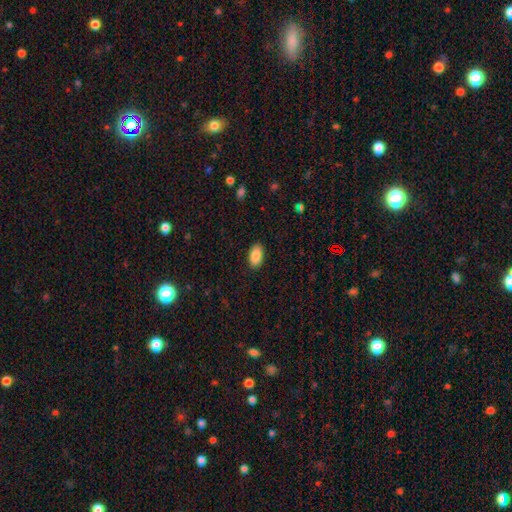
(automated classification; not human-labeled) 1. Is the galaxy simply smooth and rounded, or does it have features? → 88% smooth, 7% star or artifact, 5% featured or disk.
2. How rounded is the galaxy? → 95% in between, 3% round, 2% cigar-shaped.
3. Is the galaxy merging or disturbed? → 89% none, 8% minor disturbance, 2% major disturbance, 1% merger.